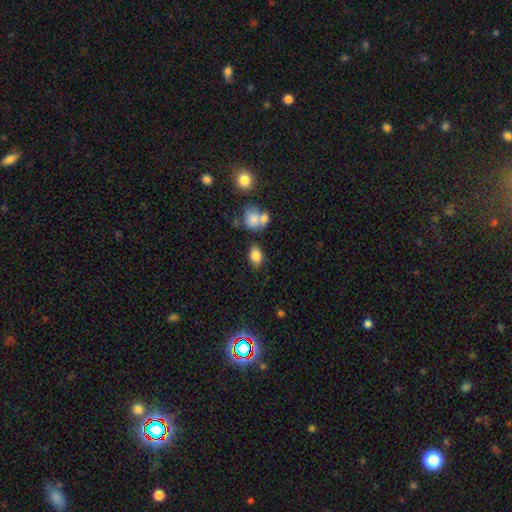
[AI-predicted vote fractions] Overall: smooth (84%). How rounded: in between (80%). Merging: none (69%).